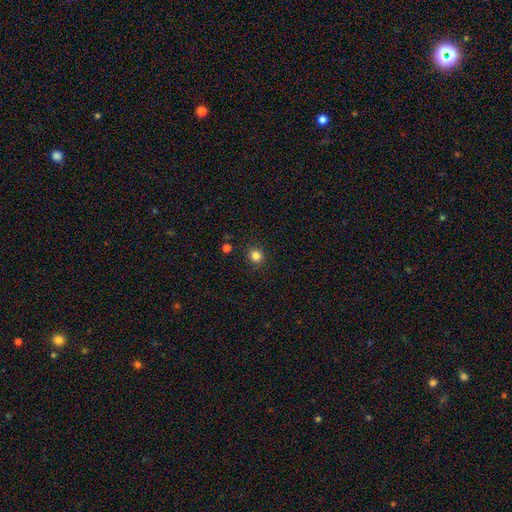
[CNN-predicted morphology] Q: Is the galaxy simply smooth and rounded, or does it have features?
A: smooth — 83%.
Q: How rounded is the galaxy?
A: round — 89%.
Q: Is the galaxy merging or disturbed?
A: none — 90%.